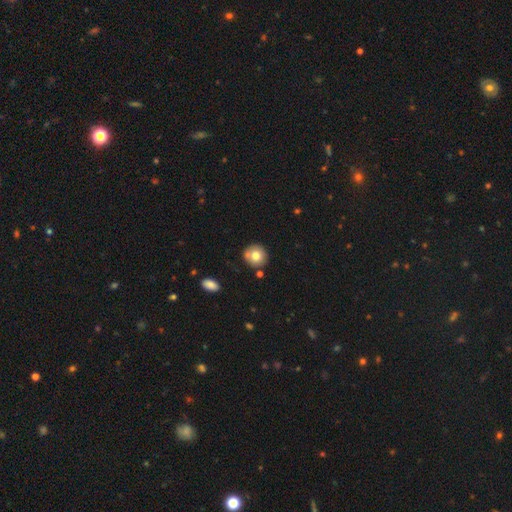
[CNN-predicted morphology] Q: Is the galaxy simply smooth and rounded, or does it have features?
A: smooth — 76%.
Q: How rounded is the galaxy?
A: round — 90%.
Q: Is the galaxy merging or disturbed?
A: none — 76%.